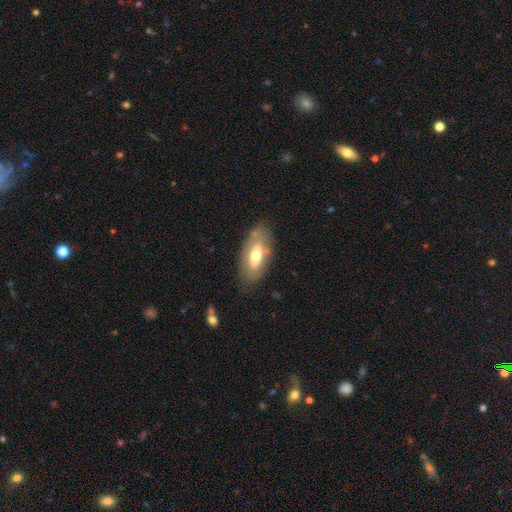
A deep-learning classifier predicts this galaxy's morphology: A smooth galaxy with no disk features (61%) that is in between round and cigar-shaped (86%).

Vote fractions:
- Smooth or featured? smooth: 61% / featured or disk: 33% / star or artifact: 7%
- How rounded? in between: 86% / cigar-shaped: 11% / round: 3%
- Merging? none: 76% / minor disturbance: 16% / major disturbance: 5% / merger: 3%